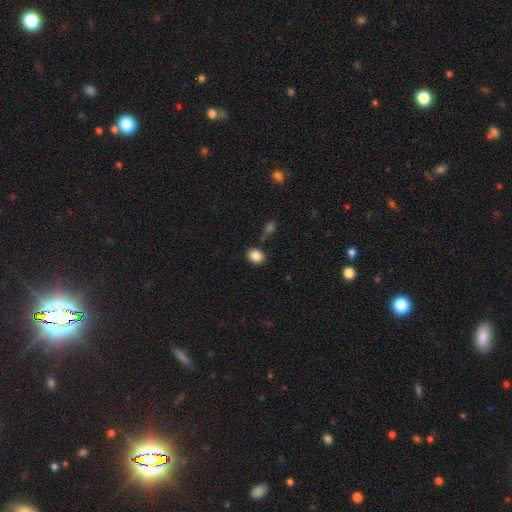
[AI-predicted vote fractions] A smooth galaxy with no disk features (87%) that is in between round and cigar-shaped (51%). Merging: none (82%).